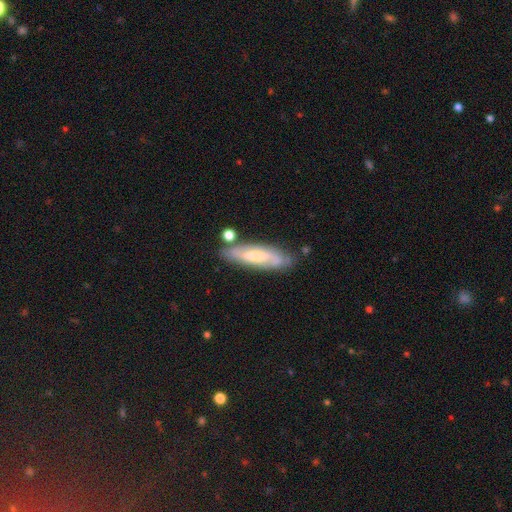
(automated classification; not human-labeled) Overall: featured or disk (55%; smooth 39%). Edge-on disk: no (64%; yes 36%). Merging: none (70%).